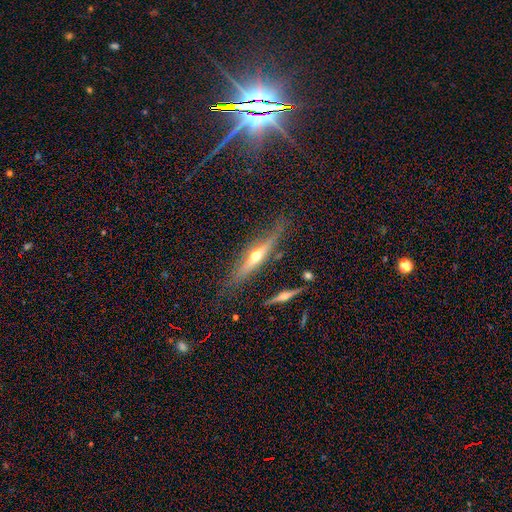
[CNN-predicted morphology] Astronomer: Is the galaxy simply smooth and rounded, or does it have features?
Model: featured or disk — 66%.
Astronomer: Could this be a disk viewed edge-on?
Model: yes — 94%.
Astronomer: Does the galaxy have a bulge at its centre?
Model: rounded — 92%.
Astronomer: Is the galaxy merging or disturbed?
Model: none — 82%.